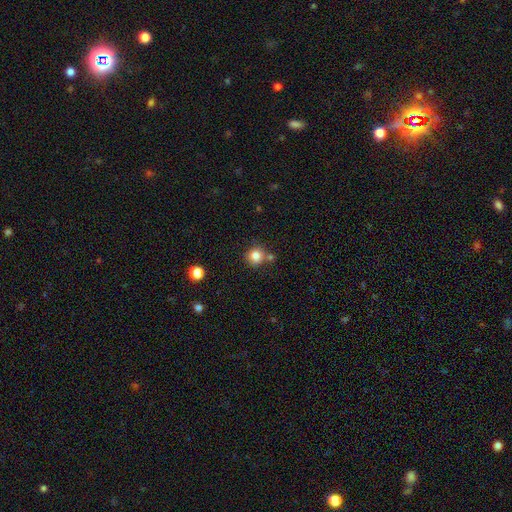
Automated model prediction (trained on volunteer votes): smooth-or-featured: smooth: 81% | star or artifact: 12% | featured or disk: 7%
  how-rounded: round: 90% | in between: 9% | cigar-shaped: 1%
  merging: none: 74% | merger: 12% | minor disturbance: 11% | major disturbance: 3%